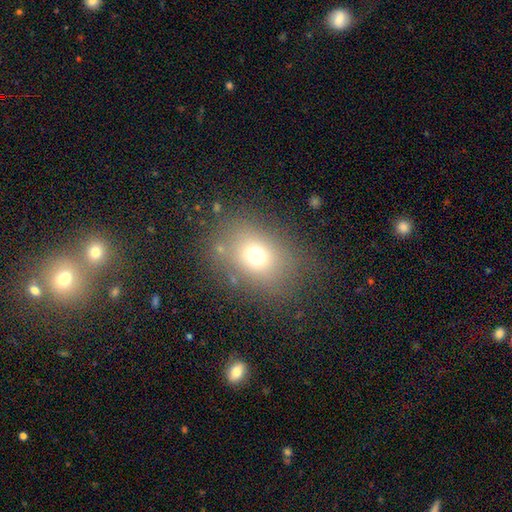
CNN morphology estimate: The model was most divided on "how rounded": in between: 58%, round: 41%, cigar-shaped: 1%. More confident: merging — none (76%); smooth or featured — smooth (69%).